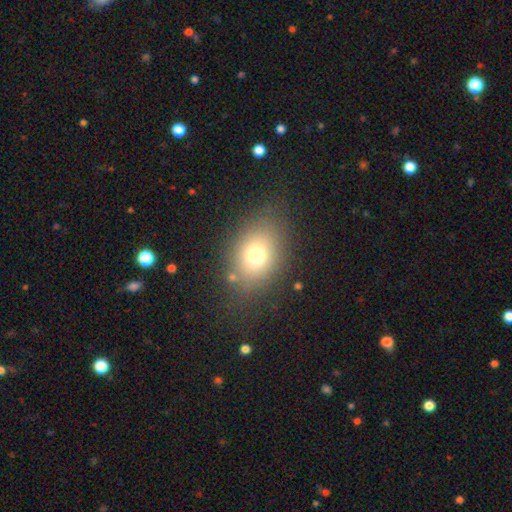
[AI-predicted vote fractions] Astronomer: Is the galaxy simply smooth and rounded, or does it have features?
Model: smooth — 72%.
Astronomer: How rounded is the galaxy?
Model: in between — 63%.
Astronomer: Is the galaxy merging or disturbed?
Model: none — 78%.